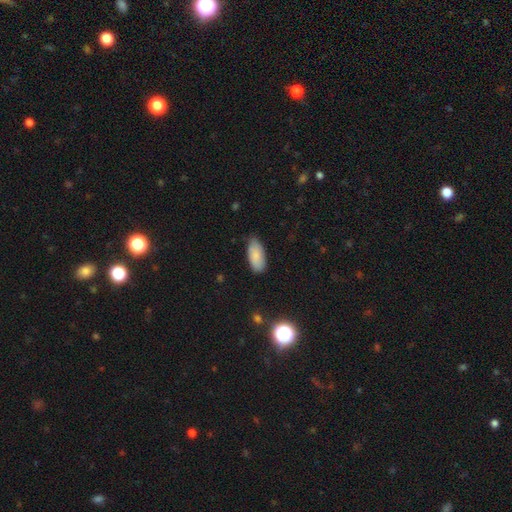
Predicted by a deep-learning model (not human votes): Overall: smooth (85%). How rounded: in between (88%). Merging: none (75%).